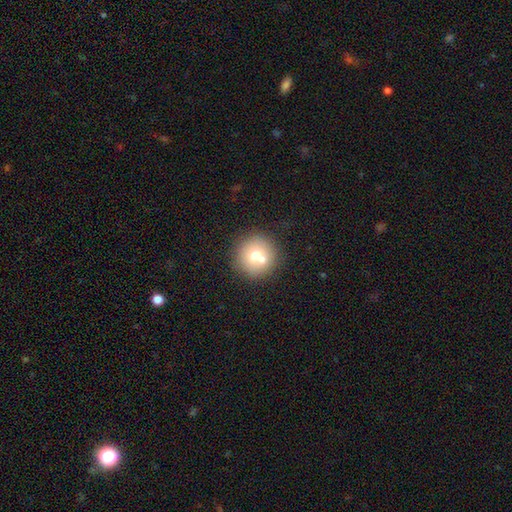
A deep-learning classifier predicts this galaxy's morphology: This is likely a smooth galaxy (67%). How rounded: clearly round (94%). Merging: likely none (66%).